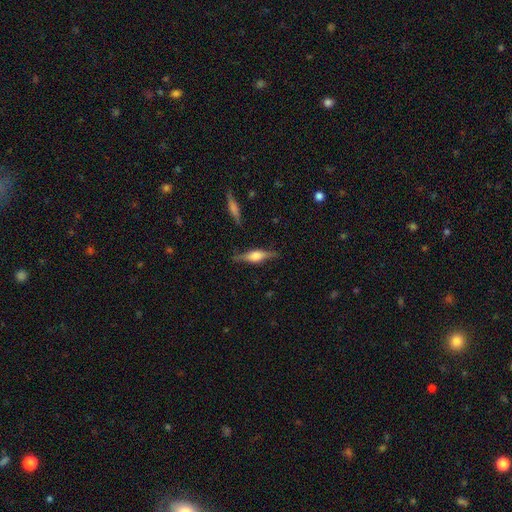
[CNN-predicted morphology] The model was most divided on "smooth or featured": featured or disk: 67%, smooth: 27%, star or artifact: 7%. More confident: edge-on disk — yes (96%); merging — none (84%); edge-on bulge — rounded (80%).